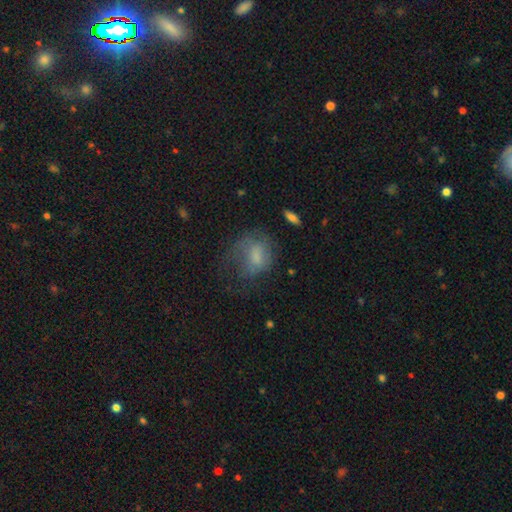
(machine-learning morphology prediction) Smooth or featured? smooth (63%)
How rounded? in between (54%)
Merging? none (37%)